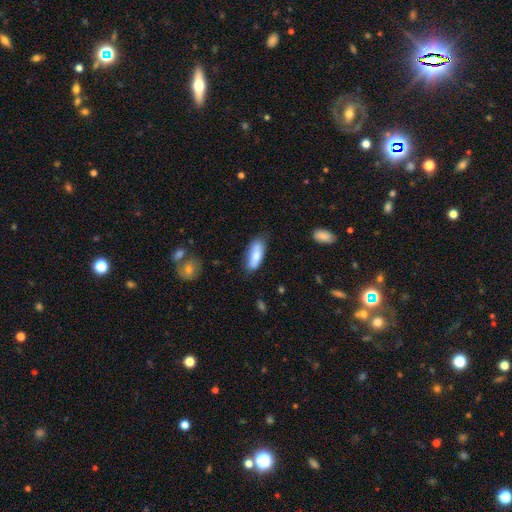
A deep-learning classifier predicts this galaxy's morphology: A smooth galaxy with no disk features (79%) that is in between round and cigar-shaped (71%).

Vote fractions:
- Smooth or featured? smooth: 79% / featured or disk: 15% / star or artifact: 6%
- How rounded? in between: 71% / cigar-shaped: 27% / round: 2%
- Merging? none: 67% / minor disturbance: 25% / major disturbance: 5% / merger: 3%